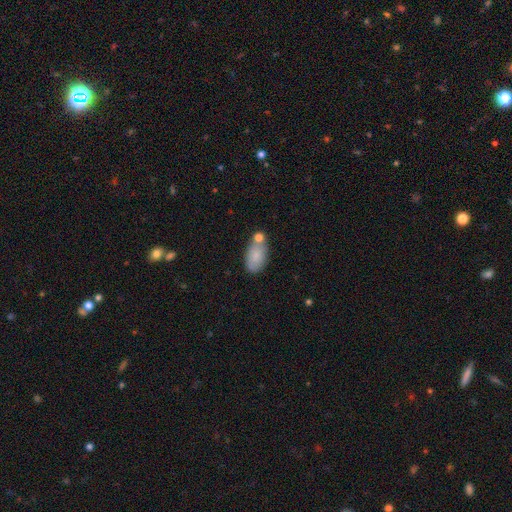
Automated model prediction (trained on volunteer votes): Overall: smooth (82%). How rounded: in between (93%). Merging: none (57%; merger 21%).